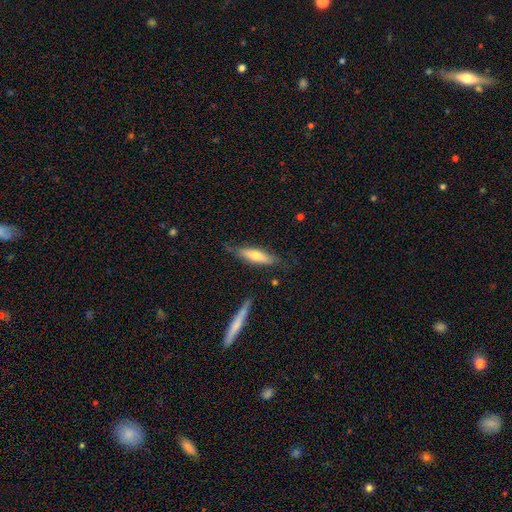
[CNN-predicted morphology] smooth-or-featured: smooth: 53% | featured or disk: 41% | star or artifact: 6%
  how-rounded: cigar-shaped: 75% | in between: 23% | round: 1%
  merging: none: 73% | minor disturbance: 20% | major disturbance: 5% | merger: 3%